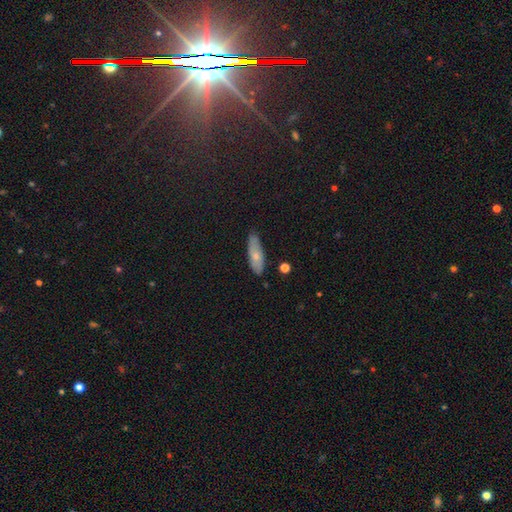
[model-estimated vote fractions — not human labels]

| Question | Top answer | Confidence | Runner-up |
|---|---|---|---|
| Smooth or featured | smooth | 65% | featured or disk (28%) |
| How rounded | in between | 54% | cigar-shaped (43%) |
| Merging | none | 79% | minor disturbance (17%) |